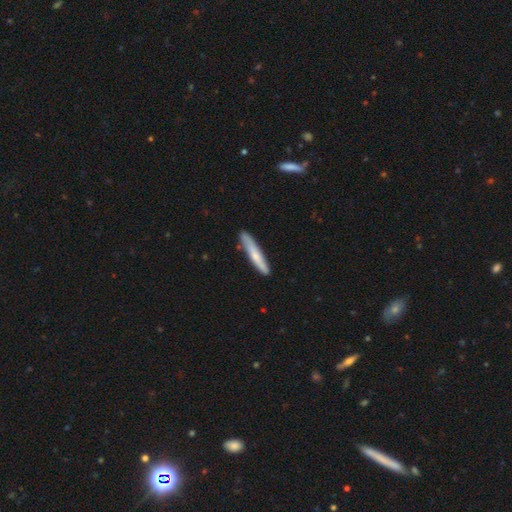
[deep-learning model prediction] smooth 64%, featured or disk 31%, star or artifact 5%. Down the decision tree: how rounded — cigar-shaped (93%); merging — none (82%).